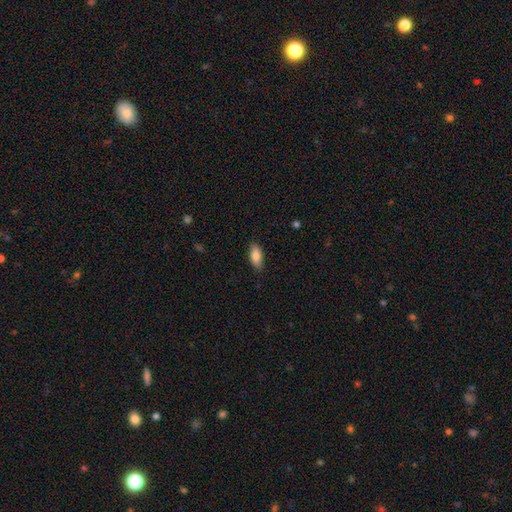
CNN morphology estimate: Smooth or featured: smooth — 84% (featured or disk — 10%)
How rounded: in between — 83% (cigar-shaped — 15%)
Merging: none — 85% (minor disturbance — 11%)